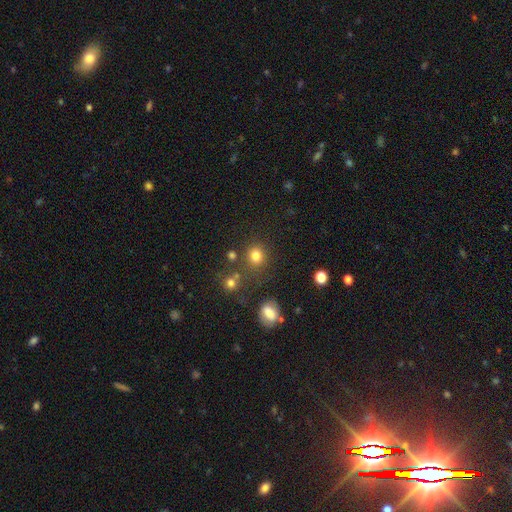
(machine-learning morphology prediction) Q: Smooth or featured?
A: smooth (80%); runner-up: star or artifact (14%)
Q: How rounded?
A: round (80%); runner-up: in between (19%)
Q: Merging?
A: none (76%); runner-up: minor disturbance (11%)